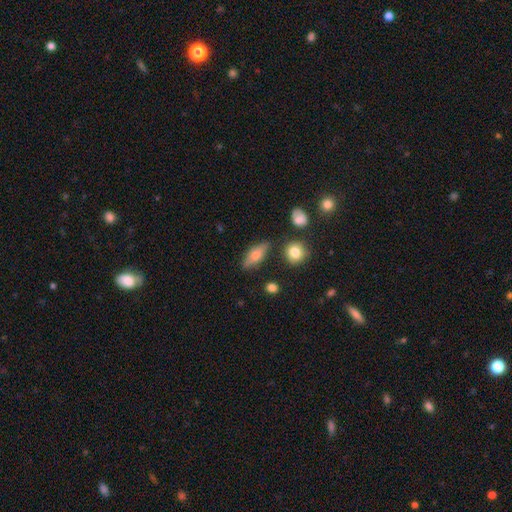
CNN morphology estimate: This appears to be a smooth galaxy with no disk features (72%) that is in between round and cigar-shaped (69%). Merging: none (75%).